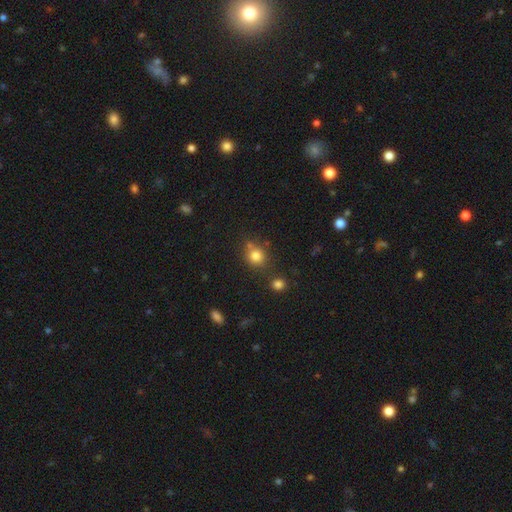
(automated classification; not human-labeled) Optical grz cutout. It shows a smooth galaxy with no disk features (79%) that is round (82%). Merging: none (65%).